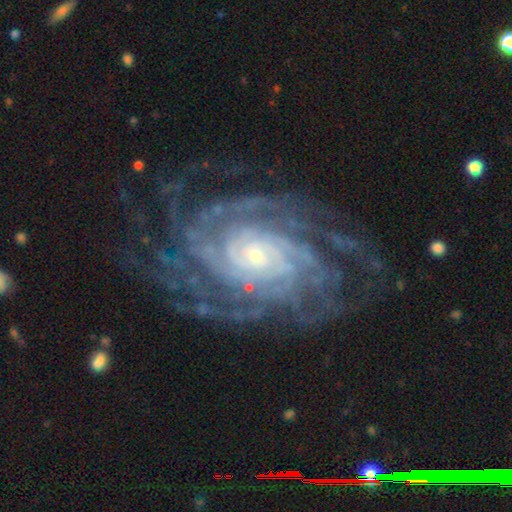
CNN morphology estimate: A featured or disk galaxy (92%) with no bar (71%), more than 4 (31%) tight (79%) spiral arms (98%) and a small central bulge (73%).

Vote fractions:
- Smooth or featured? featured or disk: 92% / star or artifact: 5% / smooth: 3%
- Edge-on disk? no: 97% / yes: 3%
- Bar? no: 71% / weak: 20% / strong: 9%
- Spiral arms? yes: 98% / no: 2%
- Spiral winding? tight: 79% / medium: 18% / loose: 4%
- Spiral arm count? more than 4: 31% / 4: 21% / can't tell: 19% / 3: 11% / 2: 10% / 1: 8%
- Bulge size? small: 73% / moderate: 21% / large: 3% / none: 2% / dominant: 1%
- Merging? none: 75% / minor disturbance: 15% / major disturbance: 9% / merger: 1%